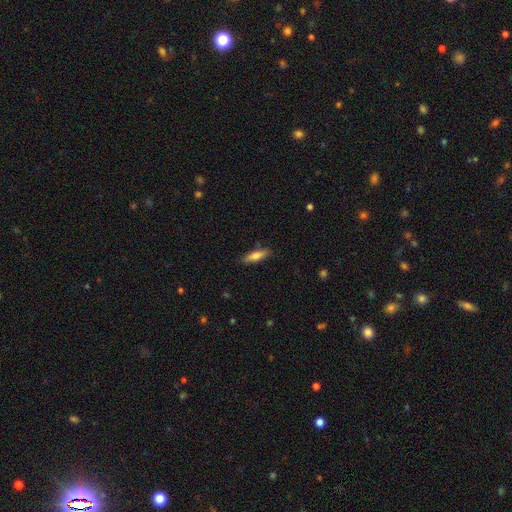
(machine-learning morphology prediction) A smooth galaxy with no disk features (70%) that is cigar-shaped (66%). Merging: none (85%).